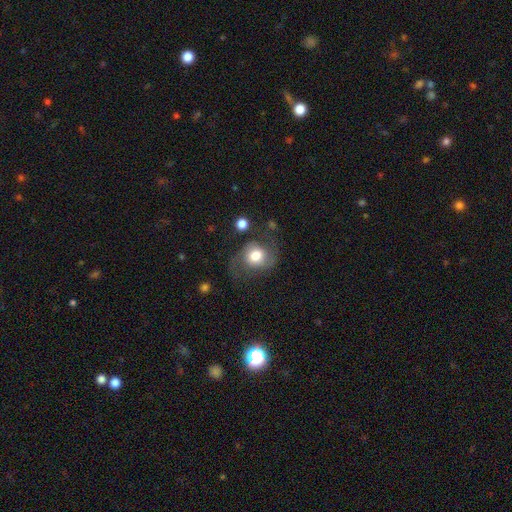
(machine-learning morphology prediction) smooth 49%, featured or disk 43%, star or artifact 8%. Down the decision tree: merging — none (51%).